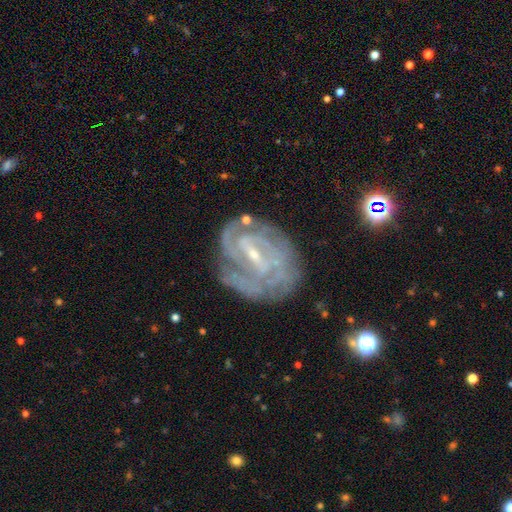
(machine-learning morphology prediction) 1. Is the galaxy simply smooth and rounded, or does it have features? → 82% featured or disk, 9% star or artifact, 9% smooth.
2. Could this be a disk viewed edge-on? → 96% no, 4% yes.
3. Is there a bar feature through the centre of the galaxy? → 45% weak, 39% strong, 17% no.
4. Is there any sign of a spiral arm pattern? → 90% yes, 10% no.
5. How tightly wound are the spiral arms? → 62% tight, 30% medium, 8% loose.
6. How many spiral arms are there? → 37% can't tell, 25% 2, 17% 3, 10% 4, 5% 1, 5% more than 4.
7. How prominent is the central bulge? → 73% small, 20% moderate, 5% none, 1% large, 1% dominant.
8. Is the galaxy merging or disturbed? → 64% none, 21% minor disturbance, 12% major disturbance, 3% merger.